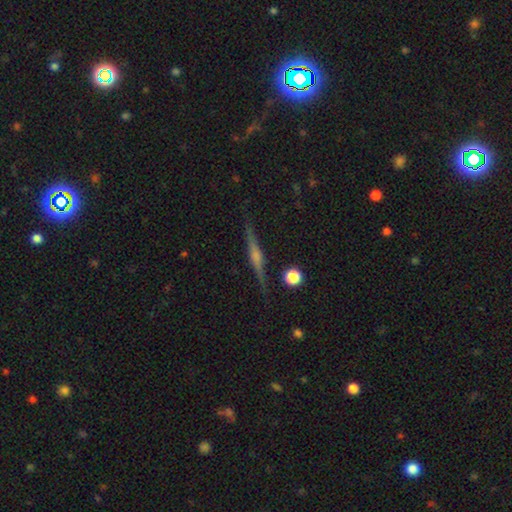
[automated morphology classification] Overall: featured or disk (76%). Edge-on disk: yes (98%). Edge-on bulge: rounded (74%). Merging: none (89%).